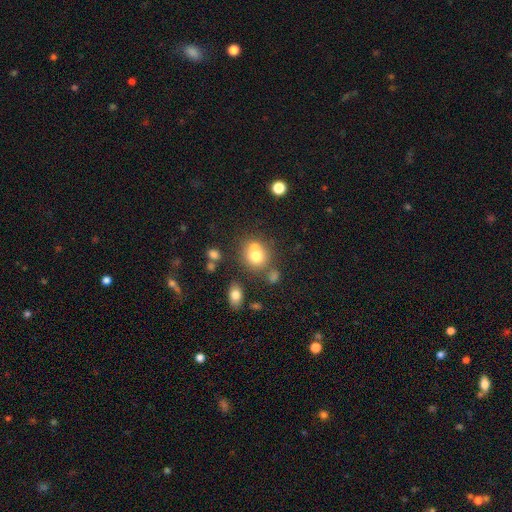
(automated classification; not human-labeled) Q: Smooth or featured?
A: smooth (74%); runner-up: featured or disk (14%)
Q: How rounded?
A: round (77%); runner-up: in between (22%)
Q: Merging?
A: none (50%); runner-up: merger (32%)